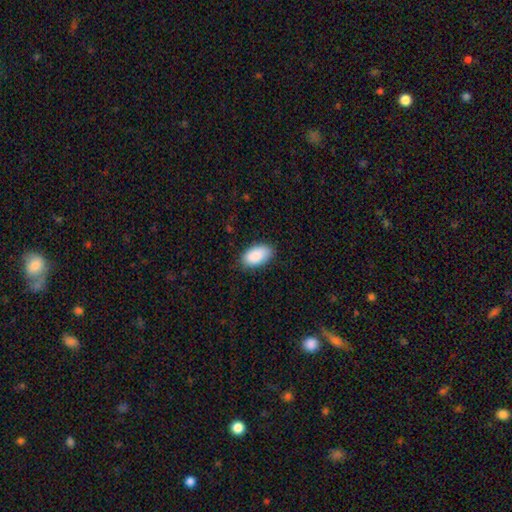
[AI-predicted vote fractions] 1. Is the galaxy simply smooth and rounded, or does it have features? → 89% smooth, 6% star or artifact, 5% featured or disk.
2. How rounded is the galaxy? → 95% in between, 3% round, 2% cigar-shaped.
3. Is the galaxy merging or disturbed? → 79% none, 17% minor disturbance, 3% major disturbance, 1% merger.